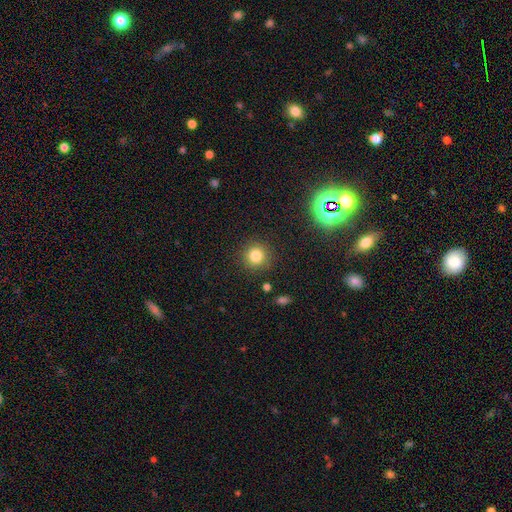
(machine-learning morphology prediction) This is clearly a smooth galaxy (81%). How rounded: clearly round (93%). Merging: clearly none (89%).